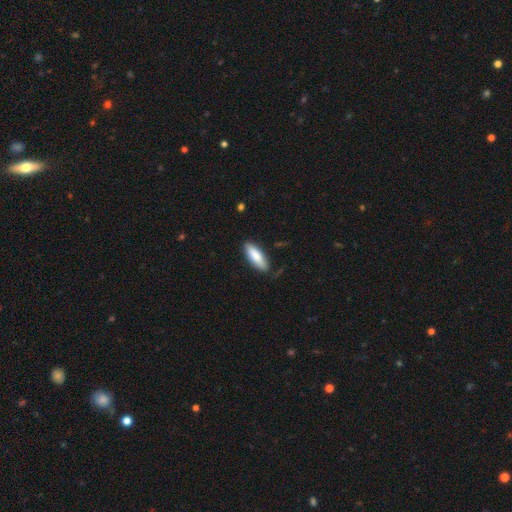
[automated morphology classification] Smooth or featured? Predicted: smooth (p=0.82). How rounded? Predicted: in between (p=0.62). Merging? Predicted: none (p=0.81).